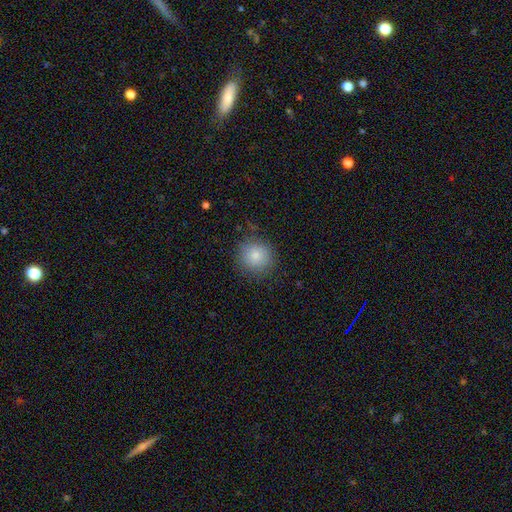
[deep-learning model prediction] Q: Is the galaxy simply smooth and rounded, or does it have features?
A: smooth — 83%.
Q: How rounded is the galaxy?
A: round — 91%.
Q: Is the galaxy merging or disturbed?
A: none — 85%.